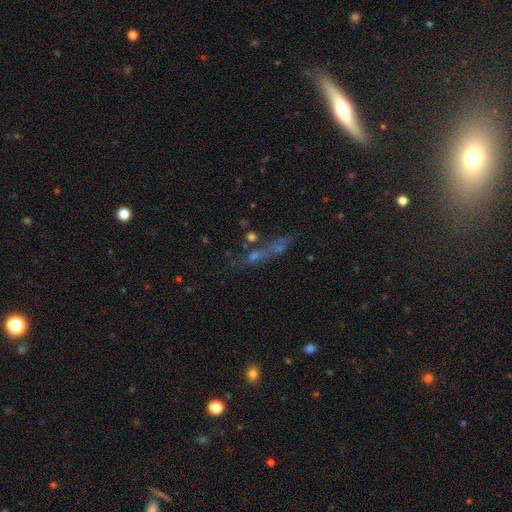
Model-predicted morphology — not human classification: smooth_or_featured: featured or disk (p=0.34) [tied with: smooth p=0.34]
merging: none (p=0.44) [alt: merger p=0.33]